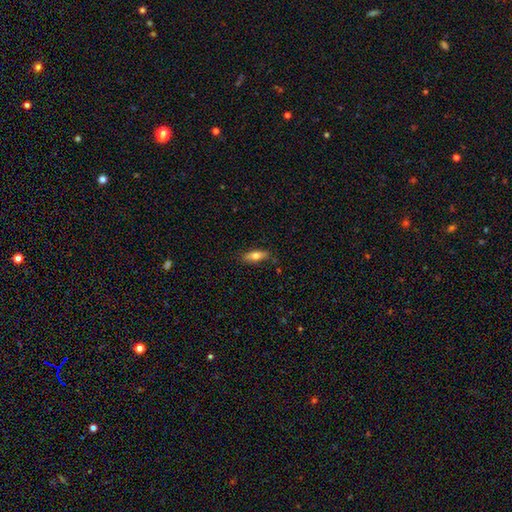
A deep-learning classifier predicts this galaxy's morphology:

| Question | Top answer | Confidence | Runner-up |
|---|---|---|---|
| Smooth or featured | smooth | 68% | featured or disk (25%) |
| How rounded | in between | 63% | cigar-shaped (35%) |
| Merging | none | 81% | minor disturbance (14%) |